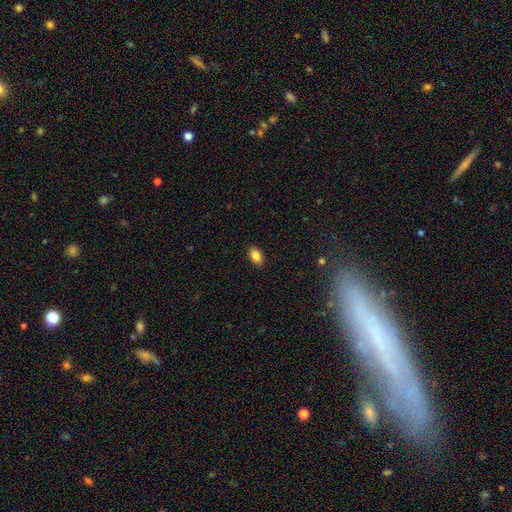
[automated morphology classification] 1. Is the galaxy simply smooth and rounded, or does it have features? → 87% smooth, 8% star or artifact, 5% featured or disk.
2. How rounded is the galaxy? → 91% in between, 6% round, 3% cigar-shaped.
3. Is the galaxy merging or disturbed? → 89% none, 8% minor disturbance, 2% major disturbance, 1% merger.